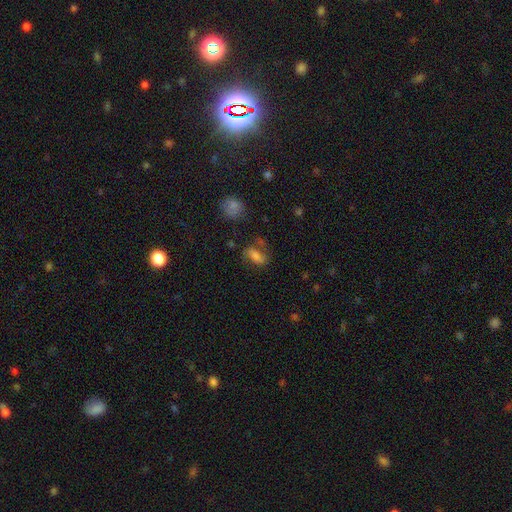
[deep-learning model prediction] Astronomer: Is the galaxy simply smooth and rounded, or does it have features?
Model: smooth — 63%.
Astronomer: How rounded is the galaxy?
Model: in between — 82%.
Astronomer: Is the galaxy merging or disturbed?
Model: none — 58%.